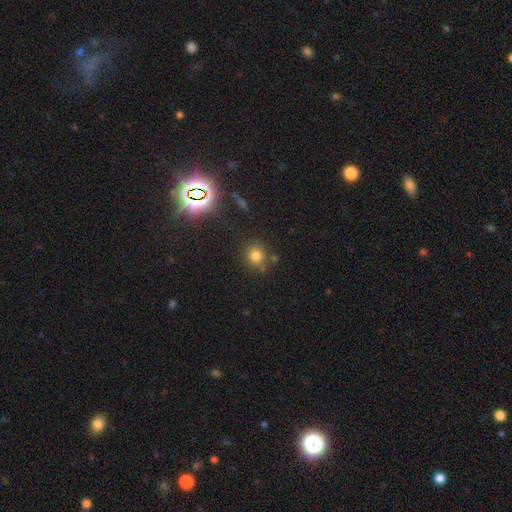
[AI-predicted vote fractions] Smooth or featured: smooth — 76% (star or artifact — 17%)
How rounded: round — 88% (in between — 11%)
Merging: none — 80% (minor disturbance — 10%)